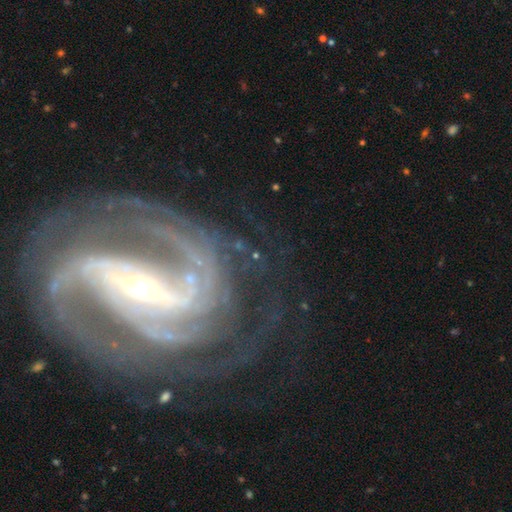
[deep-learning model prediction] This is likely a featured or disk galaxy (78%). It is clearly not viewed edge-on (96%). Bar: marginally strong (44%). Spiral arm pattern: clearly yes (88%). Spiral arm count: marginally 2 (37%). Spiral winding: marginally tight (44%). Central bulge: possibly small (57%). Merging: likely none (60%).